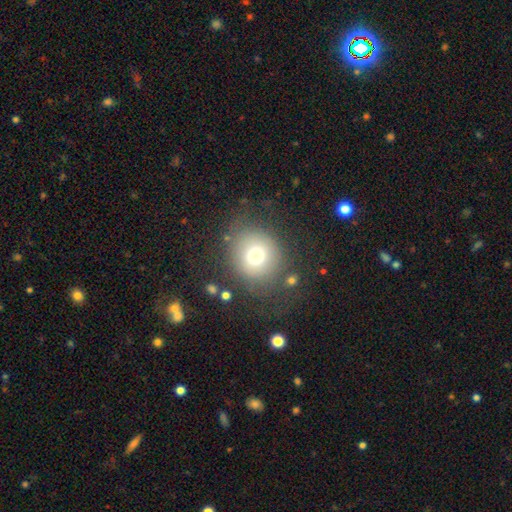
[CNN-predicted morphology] Overall: smooth (71%). How rounded: round (85%). Merging: none (75%).